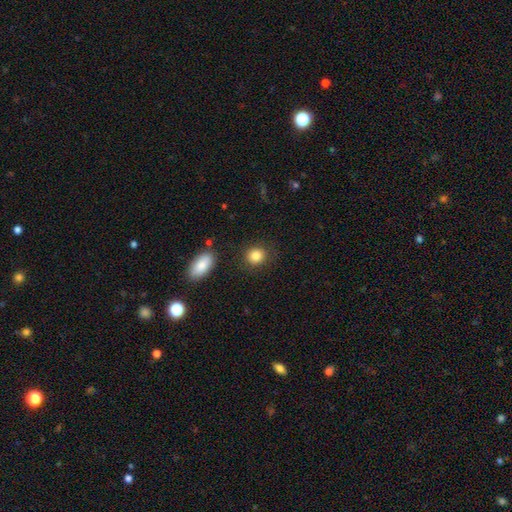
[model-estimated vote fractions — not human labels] Smooth or featured? smooth (86%)
How rounded? round (76%)
Merging? none (85%)